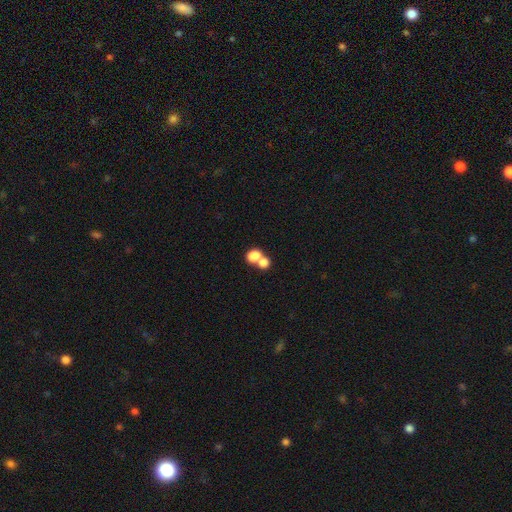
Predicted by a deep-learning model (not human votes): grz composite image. It shows a smooth galaxy with no disk features (77%) that is in between round and cigar-shaped (50%). Merging: merger (60%).